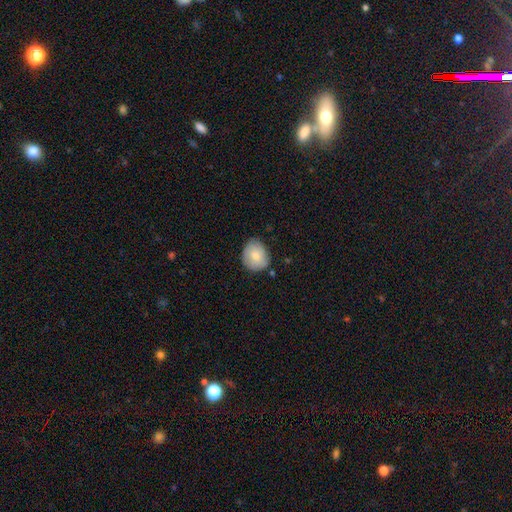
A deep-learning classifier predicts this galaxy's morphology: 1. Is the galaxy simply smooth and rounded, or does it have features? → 77% smooth, 16% featured or disk, 7% star or artifact.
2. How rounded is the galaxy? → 71% round, 28% in between, 1% cigar-shaped.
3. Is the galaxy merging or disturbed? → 71% none, 23% minor disturbance, 4% major disturbance, 2% merger.